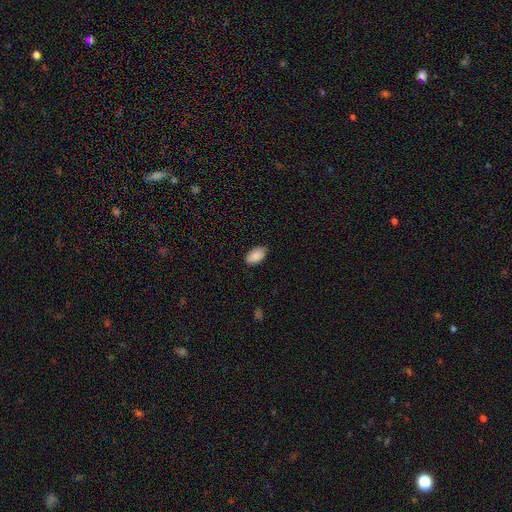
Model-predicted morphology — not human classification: Q: Smooth or featured?
A: smooth (89%); runner-up: star or artifact (6%)
Q: How rounded?
A: in between (95%); runner-up: round (4%)
Q: Merging?
A: none (85%); runner-up: minor disturbance (12%)